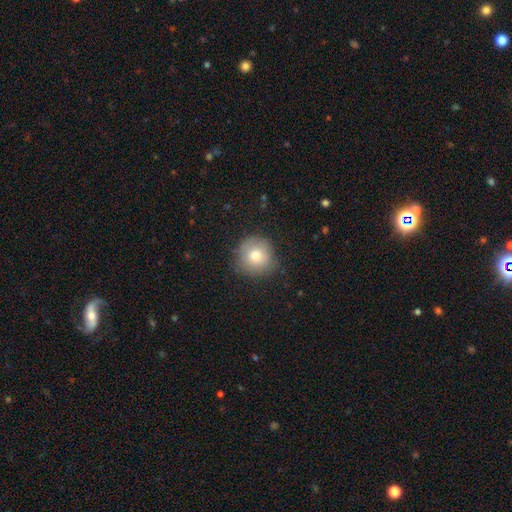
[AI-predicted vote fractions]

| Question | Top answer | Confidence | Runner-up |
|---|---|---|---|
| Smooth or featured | smooth | 76% | featured or disk (14%) |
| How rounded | round | 93% | in between (6%) |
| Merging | none | 79% | minor disturbance (16%) |